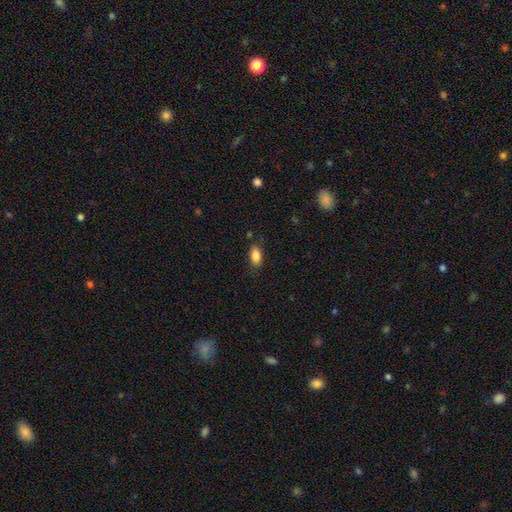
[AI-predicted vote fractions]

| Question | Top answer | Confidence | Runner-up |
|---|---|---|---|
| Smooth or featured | smooth | 86% | star or artifact (8%) |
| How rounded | in between | 90% | cigar-shaped (6%) |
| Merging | none | 83% | minor disturbance (13%) |